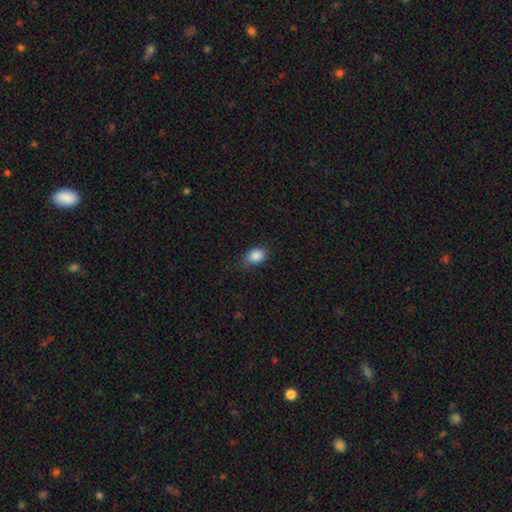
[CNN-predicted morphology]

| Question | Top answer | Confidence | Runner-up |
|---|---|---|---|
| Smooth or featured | smooth | 87% | star or artifact (9%) |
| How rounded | in between | 72% | round (26%) |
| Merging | none | 72% | minor disturbance (22%) |